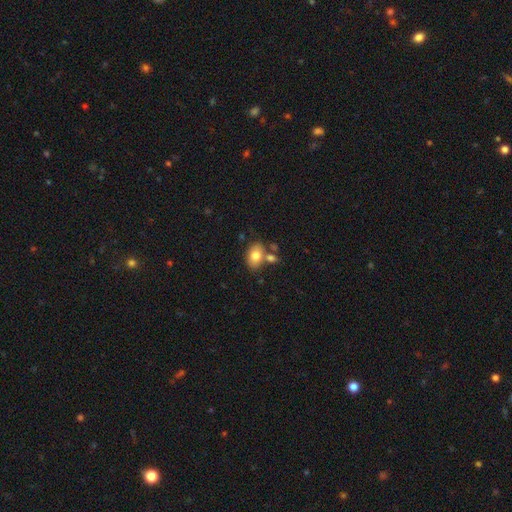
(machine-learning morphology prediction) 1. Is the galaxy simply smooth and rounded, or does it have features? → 78% smooth, 13% featured or disk, 9% star or artifact.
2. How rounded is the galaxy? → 80% in between, 19% round, 1% cigar-shaped.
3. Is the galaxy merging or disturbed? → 61% none, 22% merger, 13% minor disturbance, 4% major disturbance.